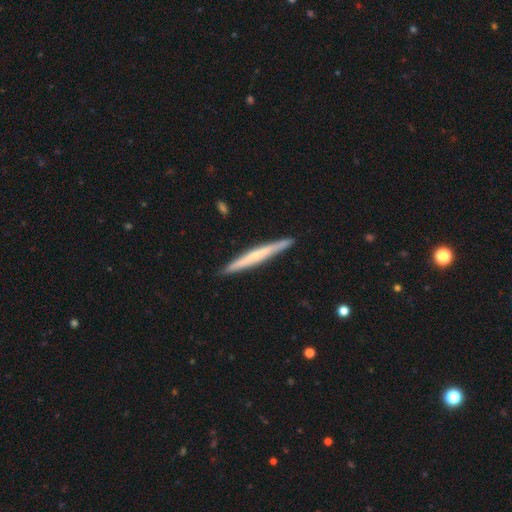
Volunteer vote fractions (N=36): featured or disk 69%, smooth 28%, star or artifact 3%. Down the decision tree: edge-on disk — yes (96%); edge-on bulge — none (58%); merging — none (83%).